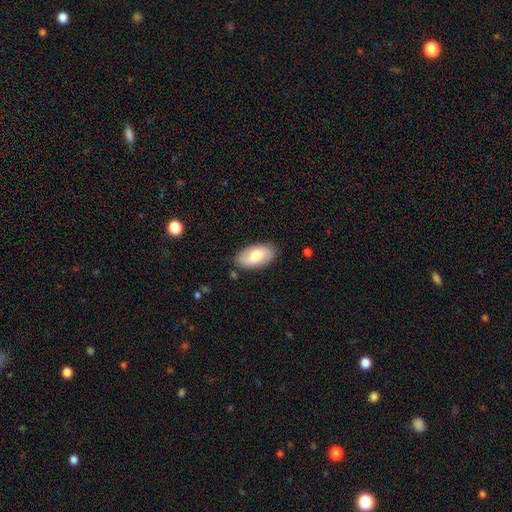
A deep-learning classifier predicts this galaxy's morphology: type=smooth (70%); roundness=in between (95%); merging=none (83%).